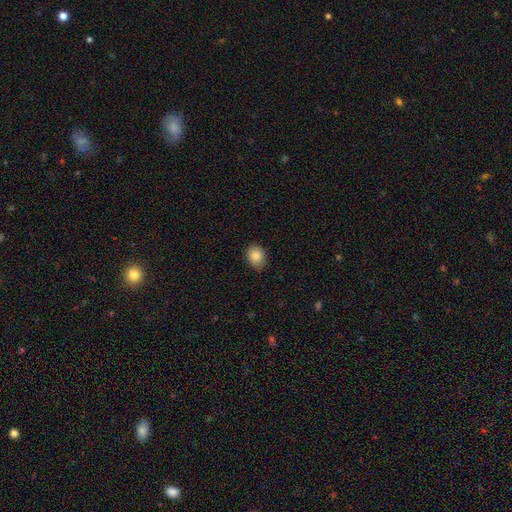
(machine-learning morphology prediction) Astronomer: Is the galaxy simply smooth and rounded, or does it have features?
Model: smooth — 85%.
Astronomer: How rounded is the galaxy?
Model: round — 57% (runner-up: in between, 42%).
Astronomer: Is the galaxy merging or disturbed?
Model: none — 80%.